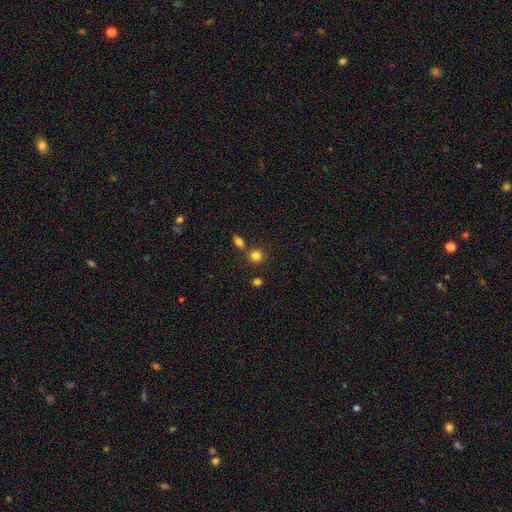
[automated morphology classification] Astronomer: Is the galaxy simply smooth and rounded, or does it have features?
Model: smooth — 81%.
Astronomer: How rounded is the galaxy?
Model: round — 84%.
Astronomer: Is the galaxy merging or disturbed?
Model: none — 69%.